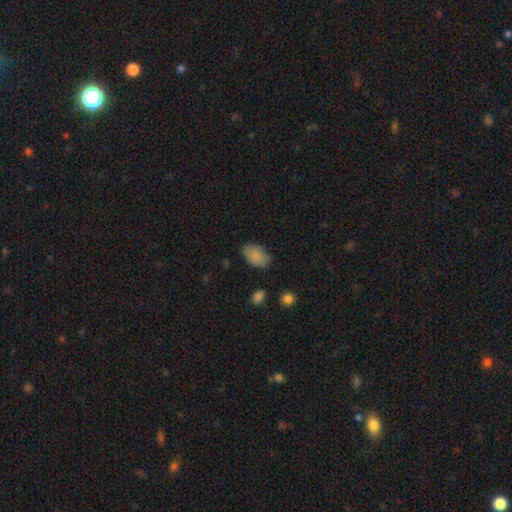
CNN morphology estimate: Smooth or featured?
  - smooth: 85% *
  - featured or disk: 8%
  - star or artifact: 7%
How rounded?
  - in between: 89% *
  - round: 9%
  - cigar-shaped: 1%
Merging?
  - none: 75% *
  - minor disturbance: 19%
  - major disturbance: 4%
  - merger: 2%